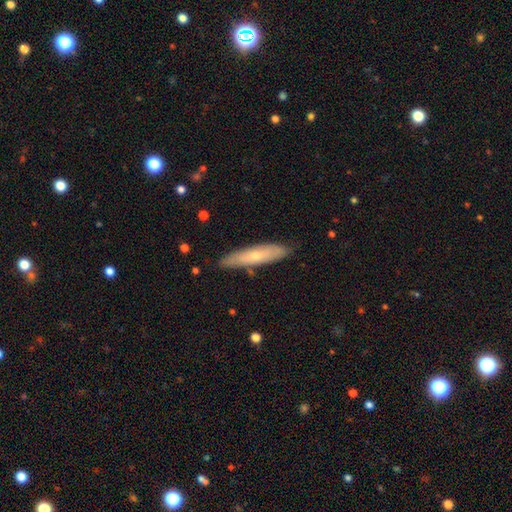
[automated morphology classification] Overall: smooth (53%; featured or disk 41%). How rounded: cigar-shaped (82%). Merging: none (82%).